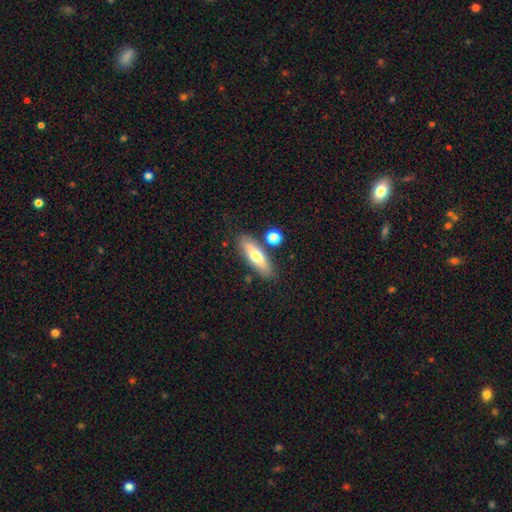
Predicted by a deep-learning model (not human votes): A smooth galaxy with no disk features (65%) that is cigar-shaped (50%). Merging: none (78%).